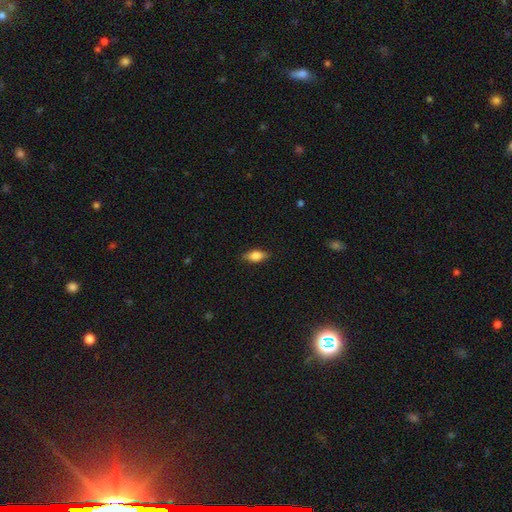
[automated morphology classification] A smooth galaxy with no disk features (80%) that is in between round and cigar-shaped (84%).

Vote fractions:
- Smooth or featured? smooth: 80% / featured or disk: 13% / star or artifact: 8%
- How rounded? in between: 84% / cigar-shaped: 11% / round: 5%
- Merging? none: 83% / minor disturbance: 14% / major disturbance: 3% / merger: 1%